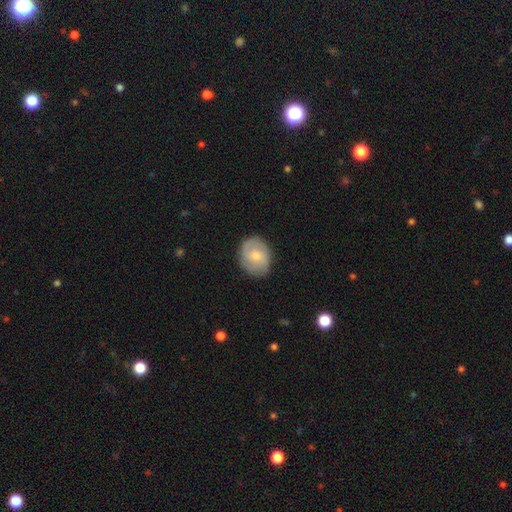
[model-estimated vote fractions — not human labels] Q: Smooth or featured?
A: smooth (47%); tied with: featured or disk (47%)
Q: Merging?
A: none (81%); runner-up: minor disturbance (14%)